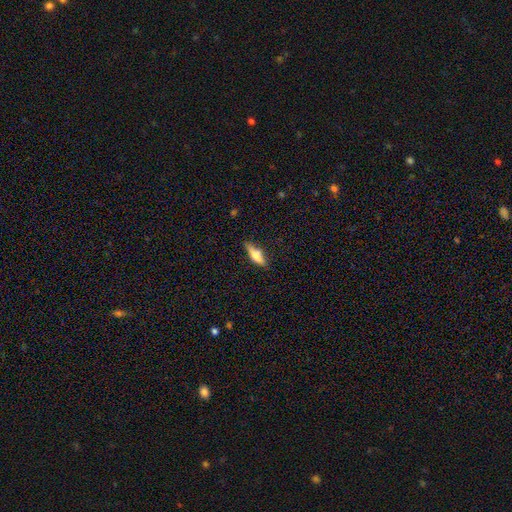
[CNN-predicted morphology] smooth-or-featured: smooth: 56% | featured or disk: 37% | star or artifact: 7%
  how-rounded: cigar-shaped: 55% | in between: 42% | round: 3%
  merging: none: 76% | minor disturbance: 18% | major disturbance: 4% | merger: 2%